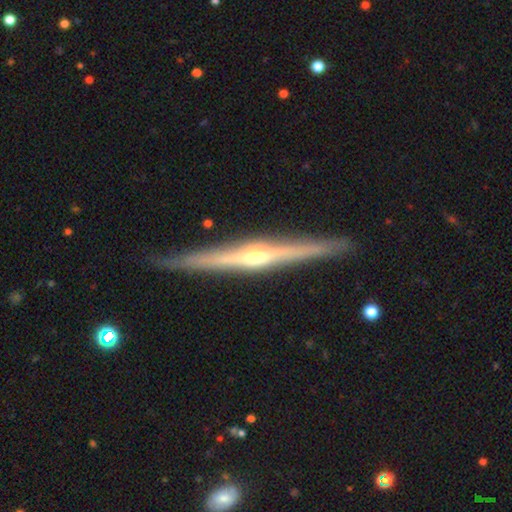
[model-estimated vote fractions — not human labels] A featured or disk galaxy (85%) viewed edge-on (98%) with a rounded central bulge (86%). Merging: none (90%).